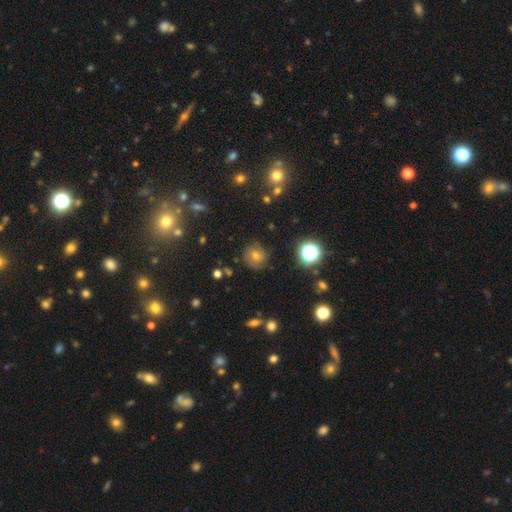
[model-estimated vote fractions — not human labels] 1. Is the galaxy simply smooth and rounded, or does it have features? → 54% smooth, 26% star or artifact, 20% featured or disk.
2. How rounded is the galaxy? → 87% round, 12% in between, 1% cigar-shaped.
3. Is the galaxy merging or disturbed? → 80% none, 13% minor disturbance, 5% major disturbance, 2% merger.